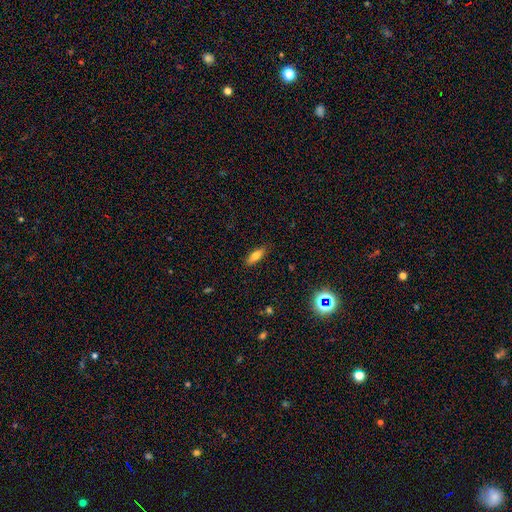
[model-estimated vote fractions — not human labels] This appears to be a smooth galaxy with no disk features (75%) that is in between round and cigar-shaped (63%). Merging: none (87%).